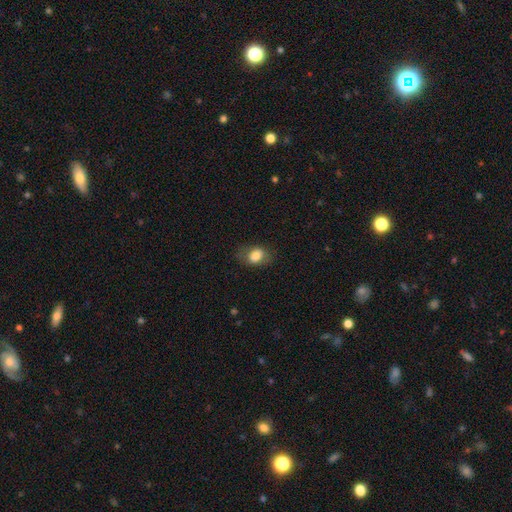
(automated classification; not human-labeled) A smooth galaxy with no disk features (79%) that is in between round and cigar-shaped (75%). Merging: none (74%).